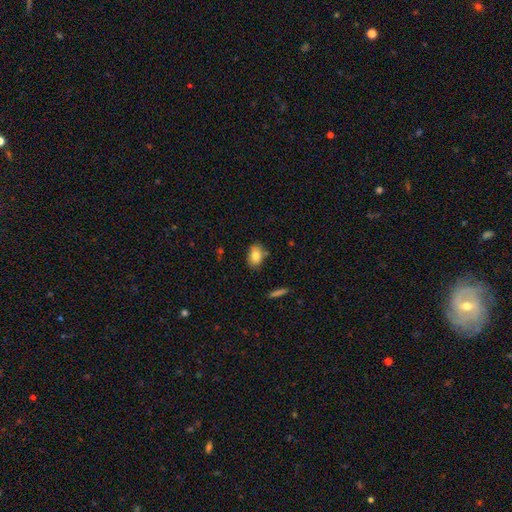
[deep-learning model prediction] smooth-or-featured: smooth: 81% | featured or disk: 11% | star or artifact: 8%
  how-rounded: in between: 78% | round: 20% | cigar-shaped: 2%
  merging: none: 76% | minor disturbance: 17% | merger: 4% | major disturbance: 3%